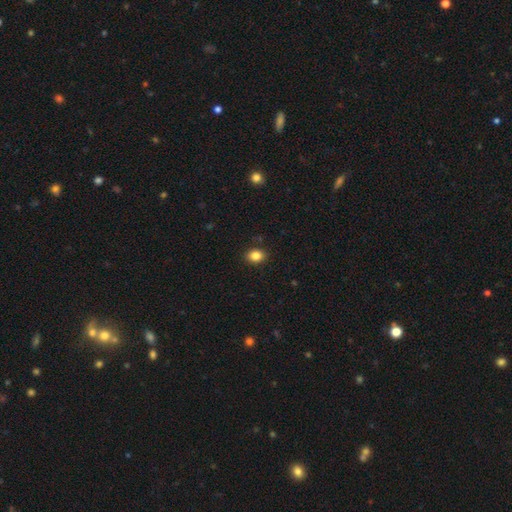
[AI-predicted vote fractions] A smooth galaxy with no disk features (85%) that is in between round and cigar-shaped (60%).

Vote fractions:
- Smooth or featured? smooth: 85% / star or artifact: 10% / featured or disk: 5%
- How rounded? in between: 60% / round: 39% / cigar-shaped: 1%
- Merging? none: 89% / minor disturbance: 8% / major disturbance: 2% / merger: 1%